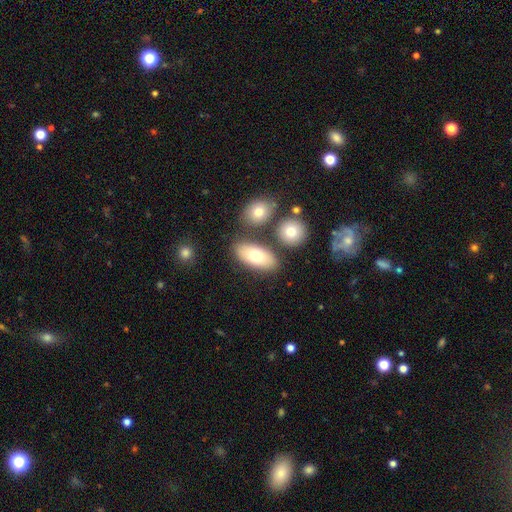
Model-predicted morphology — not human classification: Smooth or featured: smooth — 74% (featured or disk — 18%)
How rounded: in between — 88% (round — 6%)
Merging: none — 75% (merger — 11%)